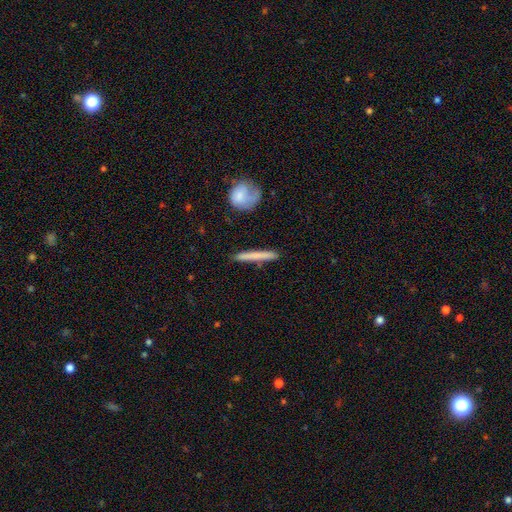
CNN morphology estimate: A smooth galaxy with no disk features (68%) that is cigar-shaped (95%). Merging: none (87%).